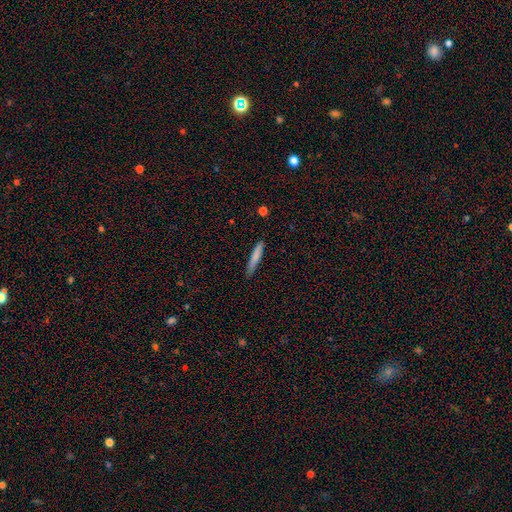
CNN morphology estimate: The model was most divided on "smooth or featured": smooth: 78%, featured or disk: 15%, star or artifact: 6%. More confident: how rounded — cigar-shaped (93%); merging — none (80%).